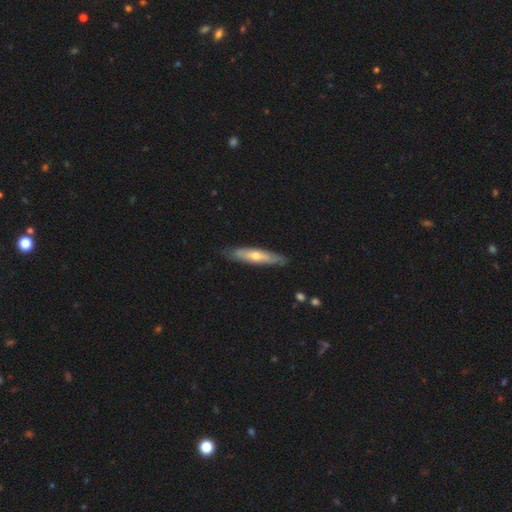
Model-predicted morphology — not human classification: smooth_or_featured: featured or disk (p=0.48) [alt: smooth p=0.47]
merging: none (p=0.84) [alt: minor disturbance p=0.13]